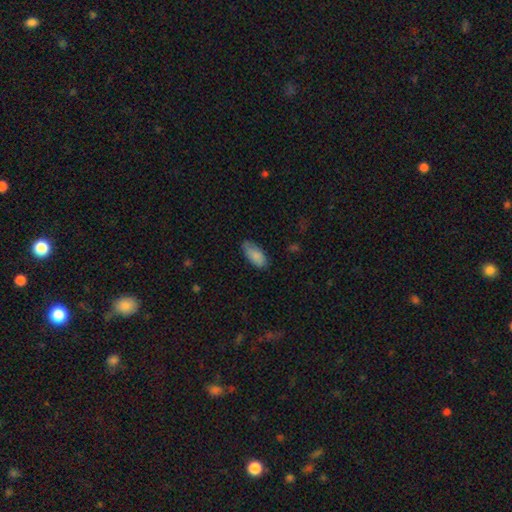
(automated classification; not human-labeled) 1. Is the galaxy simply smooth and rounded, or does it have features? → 86% smooth, 8% featured or disk, 6% star or artifact.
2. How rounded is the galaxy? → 90% in between, 8% cigar-shaped, 2% round.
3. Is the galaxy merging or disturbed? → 71% none, 23% minor disturbance, 4% major disturbance, 2% merger.